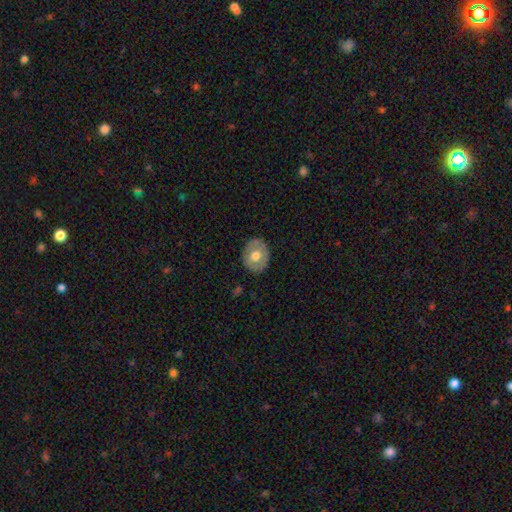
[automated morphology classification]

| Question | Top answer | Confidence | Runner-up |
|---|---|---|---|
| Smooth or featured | smooth | 61% | featured or disk (32%) |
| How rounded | round | 50% | in between (49%) |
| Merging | none | 83% | minor disturbance (13%) |